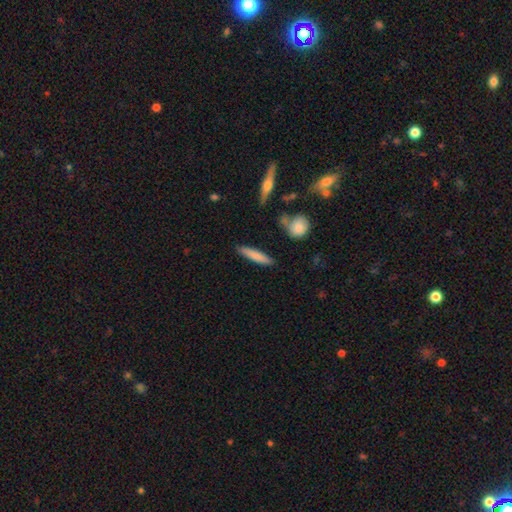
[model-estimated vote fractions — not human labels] Morphology: type=smooth (79%); roundness=cigar-shaped (84%); merging=none (85%).